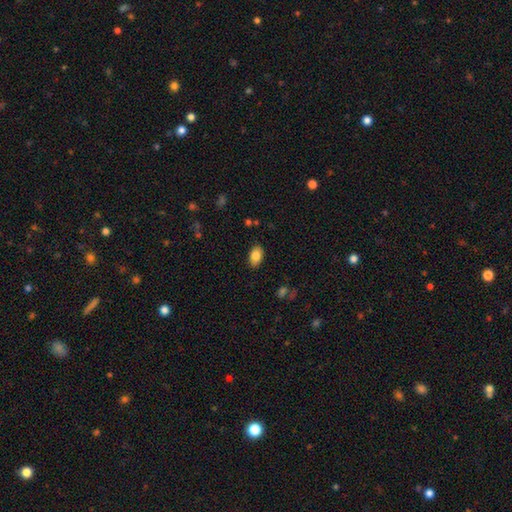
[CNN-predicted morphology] type=smooth (85%); roundness=in between (91%); merging=none (86%).